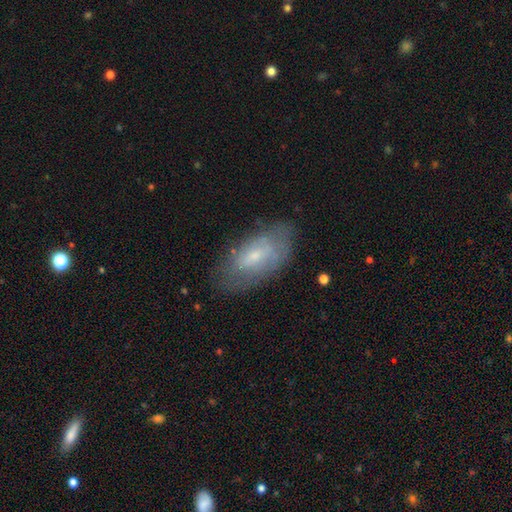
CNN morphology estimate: A smooth galaxy with no disk features (48%). Merging: none (70%).